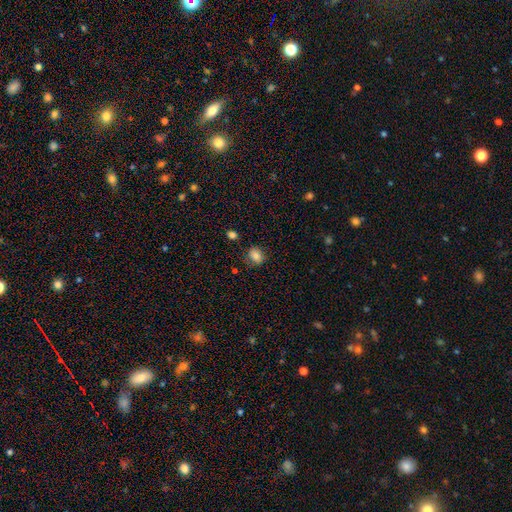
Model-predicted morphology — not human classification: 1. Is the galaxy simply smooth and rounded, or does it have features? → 83% smooth, 10% star or artifact, 7% featured or disk.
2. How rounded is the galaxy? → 56% round, 43% in between, 1% cigar-shaped.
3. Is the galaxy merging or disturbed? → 81% none, 14% minor disturbance, 3% major disturbance, 2% merger.